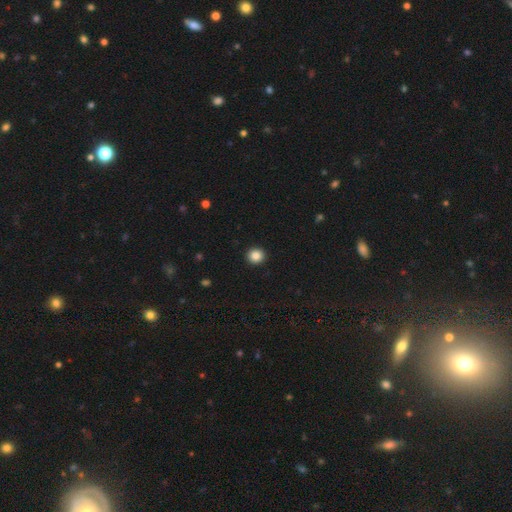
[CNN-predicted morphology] smooth 86%, star or artifact 10%, featured or disk 4%. Down the decision tree: how rounded — round (90%); merging — none (93%).